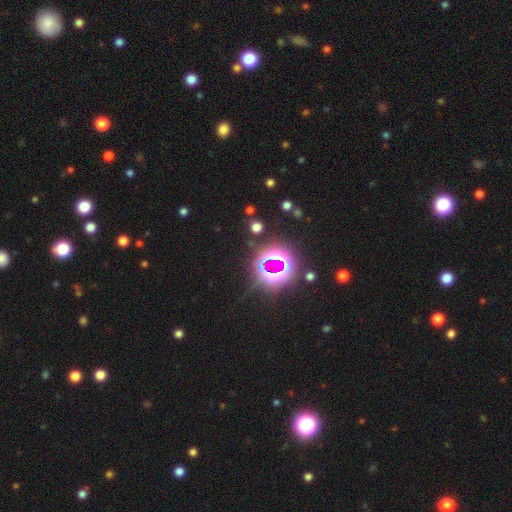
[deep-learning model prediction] The model was most divided on "smooth or featured": star or artifact: 83%, smooth: 10%, featured or disk: 7%.